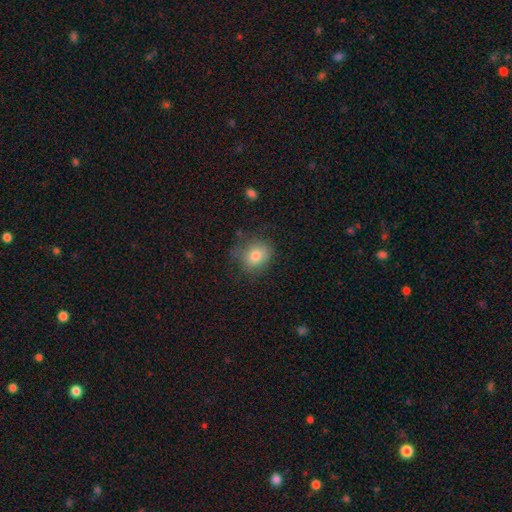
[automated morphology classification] Smooth or featured? smooth (80%)
How rounded? round (55%)
Merging? none (68%)